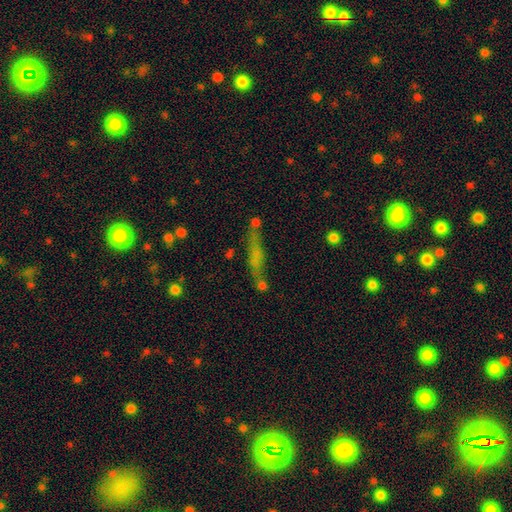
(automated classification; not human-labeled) Smooth or featured: smooth — 49% (featured or disk — 34%)
Merging: none — 65% (minor disturbance — 16%)